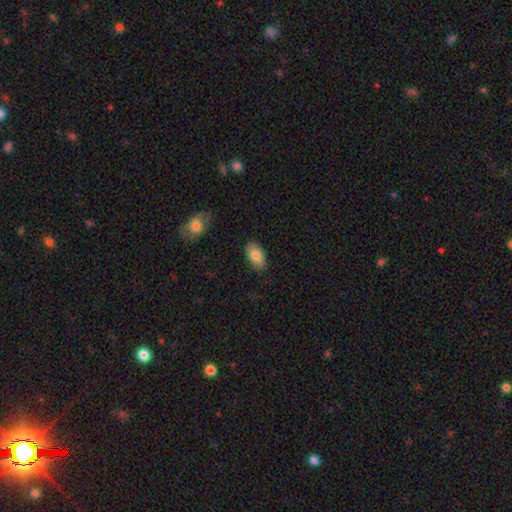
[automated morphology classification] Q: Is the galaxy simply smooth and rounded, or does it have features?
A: smooth — 82%.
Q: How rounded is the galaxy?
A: in between — 94%.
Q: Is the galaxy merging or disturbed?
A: none — 87%.